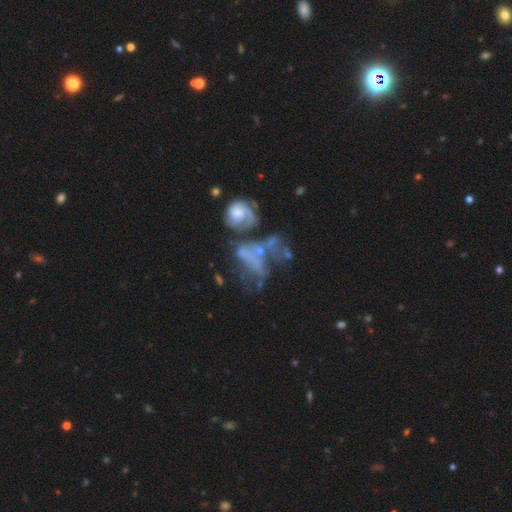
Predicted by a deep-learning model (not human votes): Q: Smooth or featured?
A: featured or disk (59%); runner-up: smooth (24%)
Q: Edge-on disk?
A: no (96%); runner-up: yes (4%)
Q: Bar?
A: no (84%); runner-up: weak (11%)
Q: Spiral arms?
A: no (73%); runner-up: yes (27%)
Q: Bulge size?
A: none (60%); runner-up: small (19%)
Q: Merging?
A: merger (39%); runner-up: major disturbance (31%)